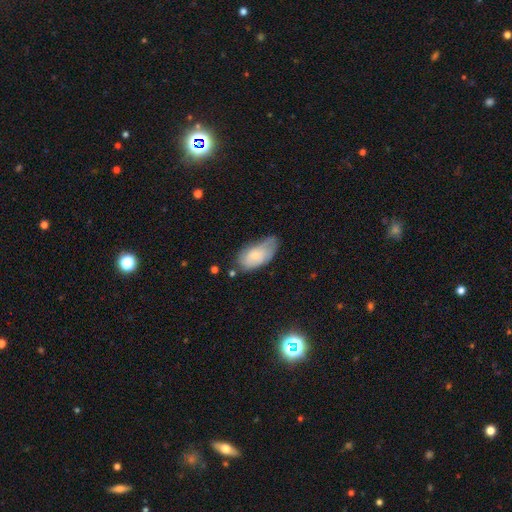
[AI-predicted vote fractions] smooth-or-featured: smooth: 66% | featured or disk: 27% | star or artifact: 7%
  how-rounded: in between: 93% | cigar-shaped: 4% | round: 3%
  merging: none: 43% | minor disturbance: 40% | major disturbance: 13% | merger: 4%